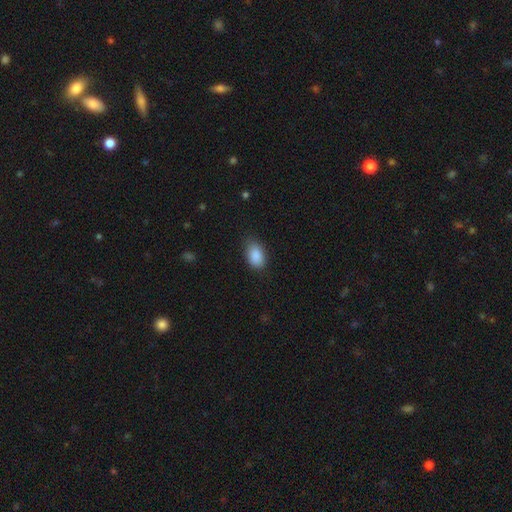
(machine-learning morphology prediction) Smooth or featured?
  - smooth: 89% *
  - star or artifact: 8%
  - featured or disk: 4%
How rounded?
  - in between: 88% *
  - round: 10%
  - cigar-shaped: 2%
Merging?
  - none: 77% *
  - minor disturbance: 19%
  - major disturbance: 4%
  - merger: 1%